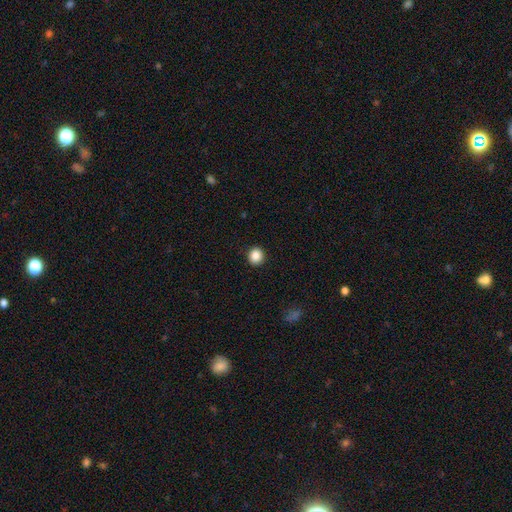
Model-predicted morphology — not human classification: Smooth or featured: smooth — 87% (star or artifact — 10%)
How rounded: round — 88% (in between — 11%)
Merging: none — 92% (minor disturbance — 5%)